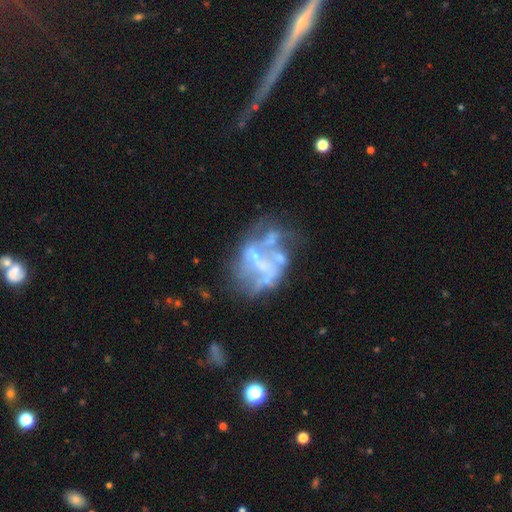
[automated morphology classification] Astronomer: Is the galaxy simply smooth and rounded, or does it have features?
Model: featured or disk — 68%.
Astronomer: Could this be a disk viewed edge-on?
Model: no — 98%.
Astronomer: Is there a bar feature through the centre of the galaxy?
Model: no — 72%.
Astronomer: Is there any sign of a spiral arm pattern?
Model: no — 78%.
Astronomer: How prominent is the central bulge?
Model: none — 51% (runner-up: small, 32%).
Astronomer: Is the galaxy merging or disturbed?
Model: major disturbance — 35% (runner-up: none, 28%).